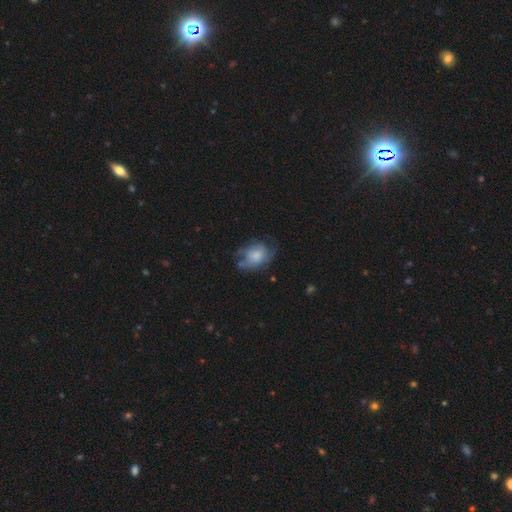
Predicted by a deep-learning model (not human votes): This is possibly a smooth galaxy (50%). How rounded: likely in between (65%). Merging: possibly none (45%).